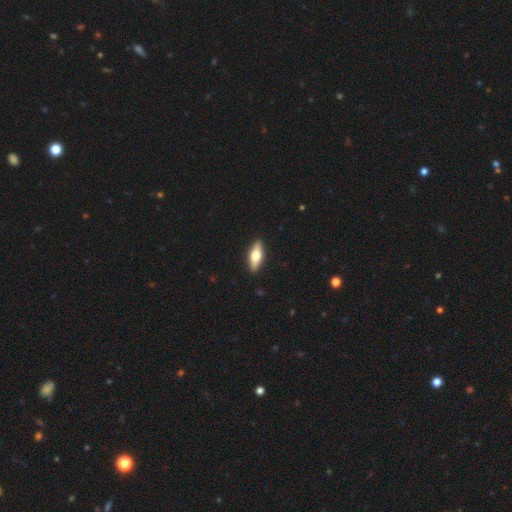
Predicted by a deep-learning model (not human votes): A smooth galaxy with no disk features (60%) that is in between round and cigar-shaped (65%). Merging: none (91%).